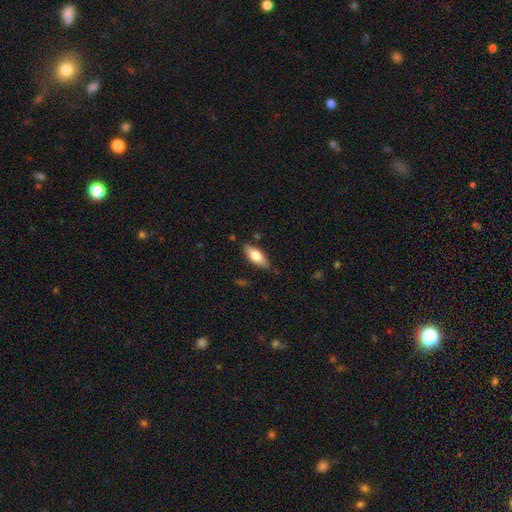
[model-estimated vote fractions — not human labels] A smooth galaxy with no disk features (73%) that is in between round and cigar-shaped (75%).

Vote fractions:
- Smooth or featured? smooth: 73% / featured or disk: 21% / star or artifact: 6%
- How rounded? in between: 75% / cigar-shaped: 23% / round: 2%
- Merging? none: 80% / minor disturbance: 15% / major disturbance: 3% / merger: 2%